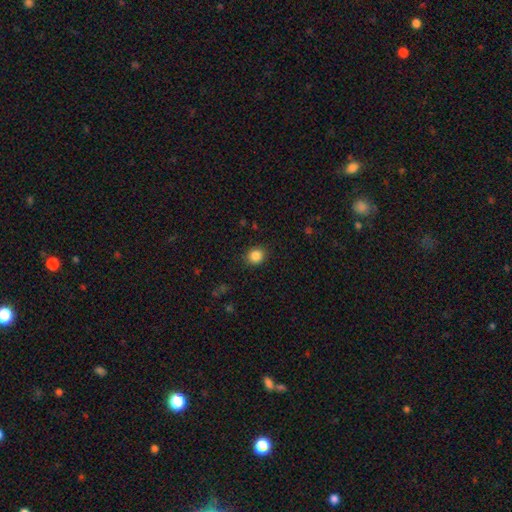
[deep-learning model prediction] The model was most divided on "how rounded": round: 84%, in between: 16%, cigar-shaped: 1%. More confident: merging — none (89%); smooth or featured — smooth (86%).